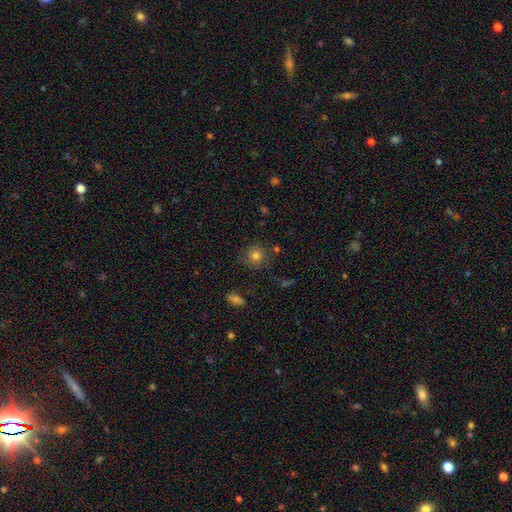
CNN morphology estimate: smooth-or-featured: smooth: 79% | star or artifact: 12% | featured or disk: 8%
  how-rounded: round: 90% | in between: 9% | cigar-shaped: 1%
  merging: none: 79% | minor disturbance: 13% | major disturbance: 4% | merger: 3%